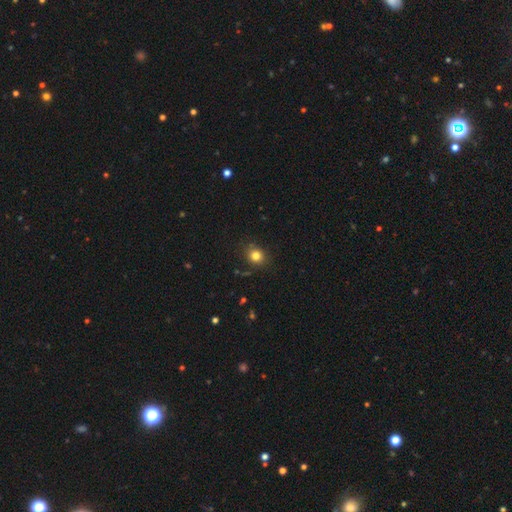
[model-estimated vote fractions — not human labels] Smooth or featured? smooth (81%)
How rounded? round (72%)
Merging? none (83%)